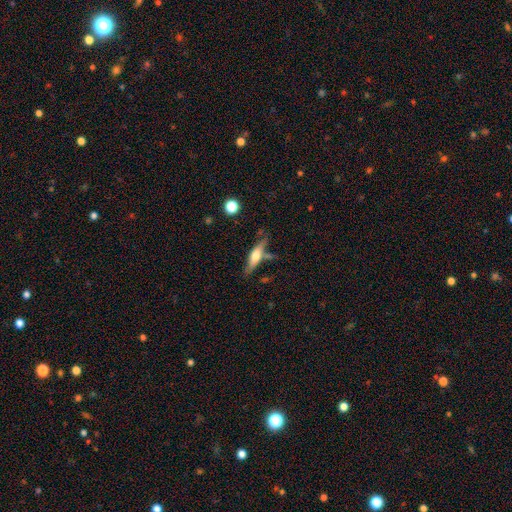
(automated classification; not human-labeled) featured or disk 50%, smooth 44%, star or artifact 6%. Down the decision tree: edge-on disk — yes (90%); merging — none (67%).